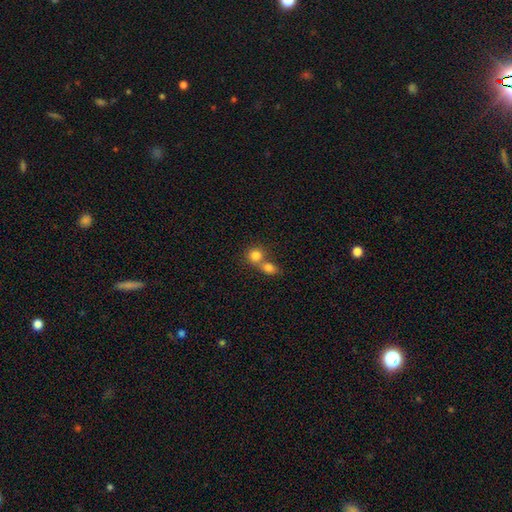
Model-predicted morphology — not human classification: A smooth galaxy with no disk features (81%) that is round (80%). Merging: merger (59%).